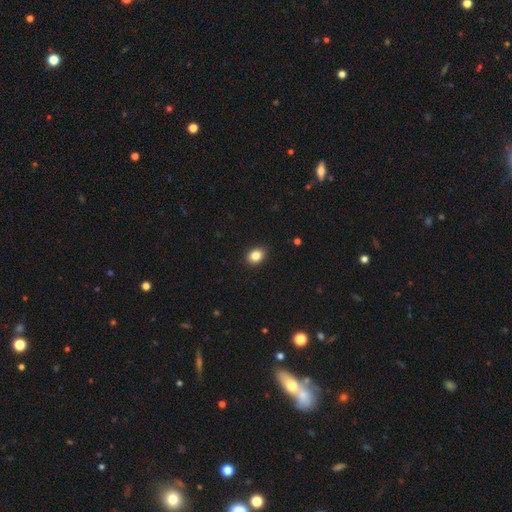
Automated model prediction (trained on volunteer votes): smooth_or_featured: smooth (p=0.85) [alt: star or artifact p=0.10]
how_rounded: in between (p=0.58) [alt: round p=0.41]
merging: none (p=0.90) [alt: minor disturbance p=0.08]